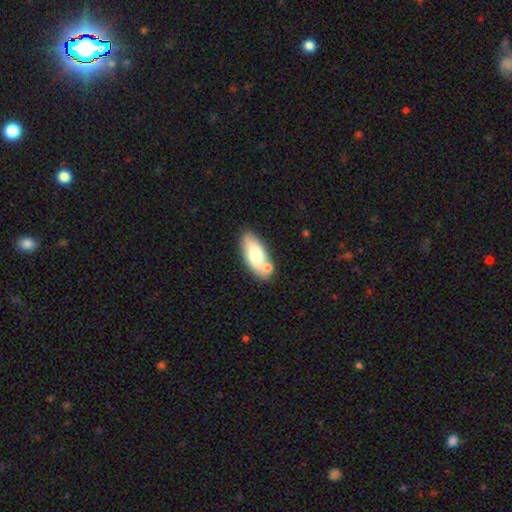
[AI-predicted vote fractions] Overall: smooth (70%). How rounded: in between (85%). Merging: none (62%).